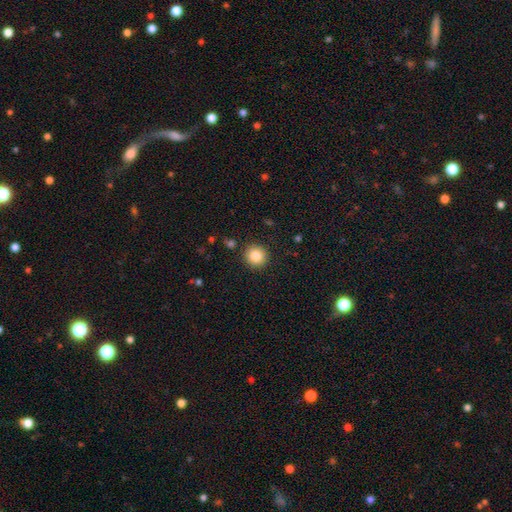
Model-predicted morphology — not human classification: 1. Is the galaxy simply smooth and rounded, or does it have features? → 85% smooth, 9% star or artifact, 5% featured or disk.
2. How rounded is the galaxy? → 93% round, 6% in between, 1% cigar-shaped.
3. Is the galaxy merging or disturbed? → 91% none, 6% minor disturbance, 2% major disturbance, 2% merger.